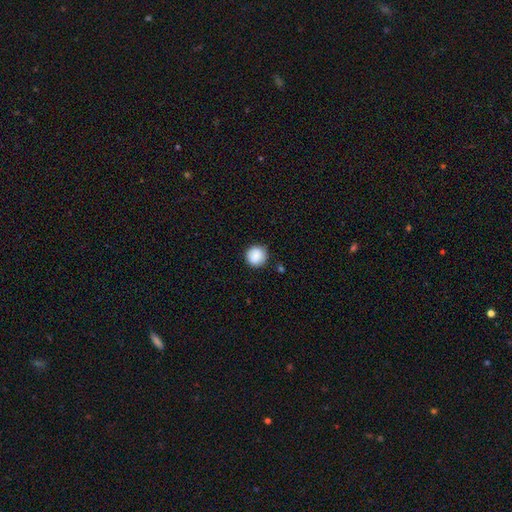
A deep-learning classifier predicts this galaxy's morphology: Smooth or featured? Predicted: smooth (p=0.88). How rounded? Predicted: round (p=0.94). Merging? Predicted: none (p=0.87).